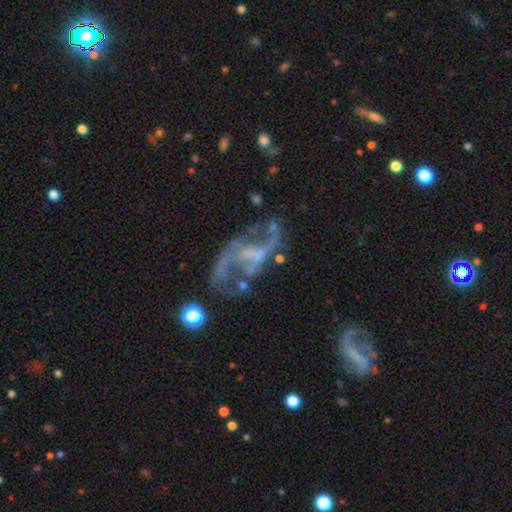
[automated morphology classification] type=featured or disk (78%); edge-on=no (96%); bar=no (45%); spiral arms=yes (72%); winding=loose (68%); arm count=2 (73%); bulge=none (60%); merging=none (43%).